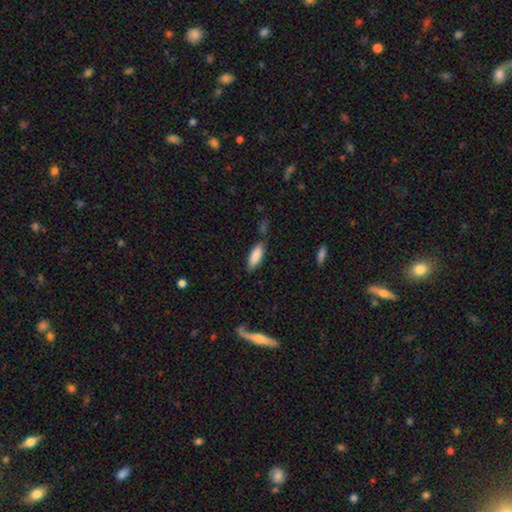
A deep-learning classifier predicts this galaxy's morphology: smooth 86%, featured or disk 7%, star or artifact 6%. Down the decision tree: how rounded — in between (68%); merging — none (72%).